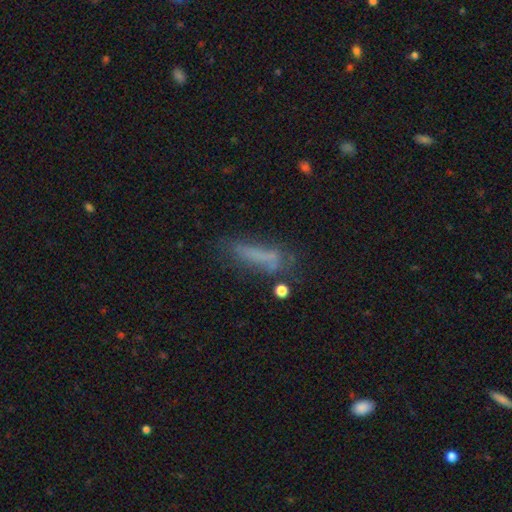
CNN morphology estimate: Overall: smooth (60%; featured or disk 24%). How rounded: cigar-shaped (73%). Merging: none (59%; minor disturbance 23%).